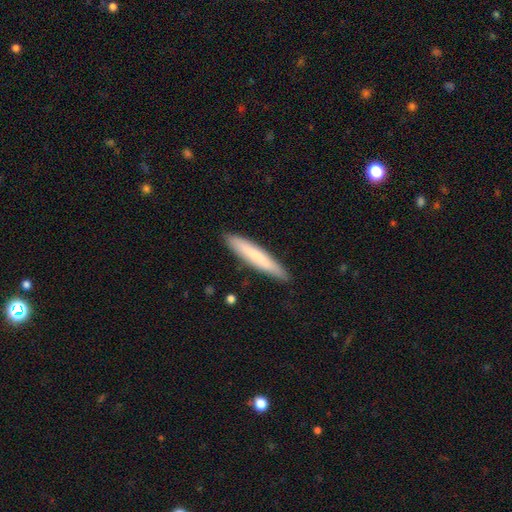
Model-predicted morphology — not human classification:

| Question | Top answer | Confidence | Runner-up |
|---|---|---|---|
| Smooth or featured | smooth | 71% | featured or disk (24%) |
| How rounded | cigar-shaped | 93% | in between (6%) |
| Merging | none | 88% | minor disturbance (9%) |